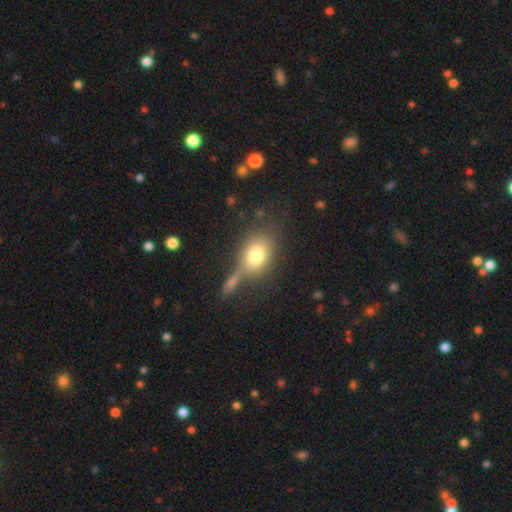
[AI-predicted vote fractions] smooth-or-featured: smooth: 76% | featured or disk: 14% | star or artifact: 11%
  how-rounded: in between: 65% | round: 33% | cigar-shaped: 2%
  merging: none: 49% | merger: 26% | minor disturbance: 14% | major disturbance: 10%